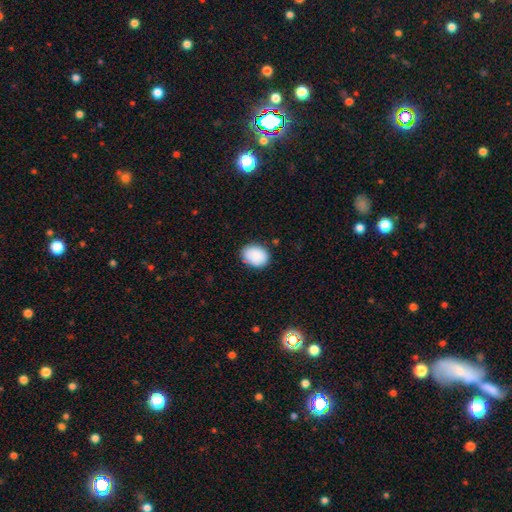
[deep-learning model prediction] smooth 88%, star or artifact 7%, featured or disk 5%. Down the decision tree: how rounded — in between (64%); merging — none (82%).